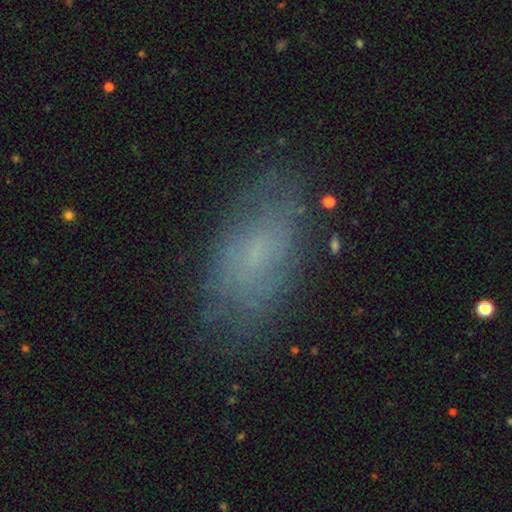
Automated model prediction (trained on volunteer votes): smooth-or-featured: smooth: 56% | featured or disk: 31% | star or artifact: 13%
  how-rounded: in between: 89% | cigar-shaped: 7% | round: 4%
  merging: none: 74% | minor disturbance: 18% | major disturbance: 6% | merger: 1%